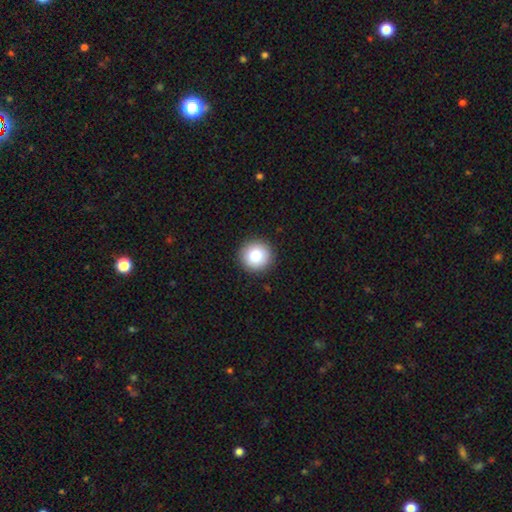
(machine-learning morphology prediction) type=smooth (84%); roundness=round (95%); merging=none (93%).